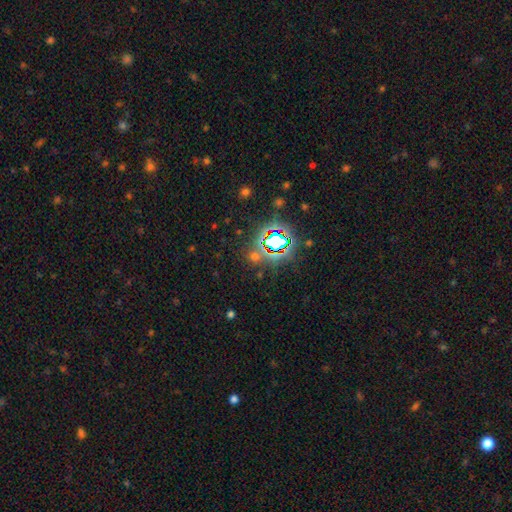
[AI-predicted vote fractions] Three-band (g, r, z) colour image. It shows a star or artifact, not a galaxy (72%).